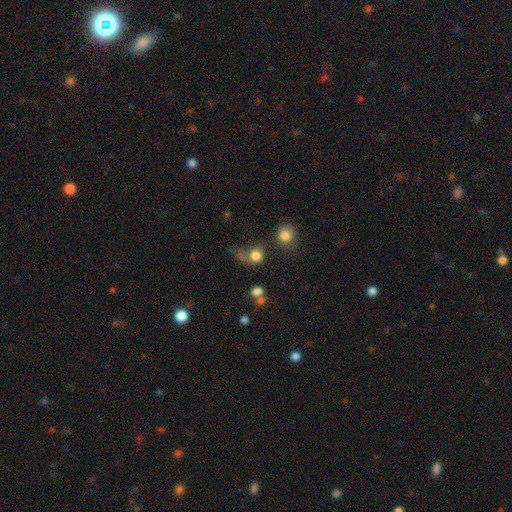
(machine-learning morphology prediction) Overall: smooth (78%). How rounded: round (73%). Merging: none (36%; major disturbance 27%).